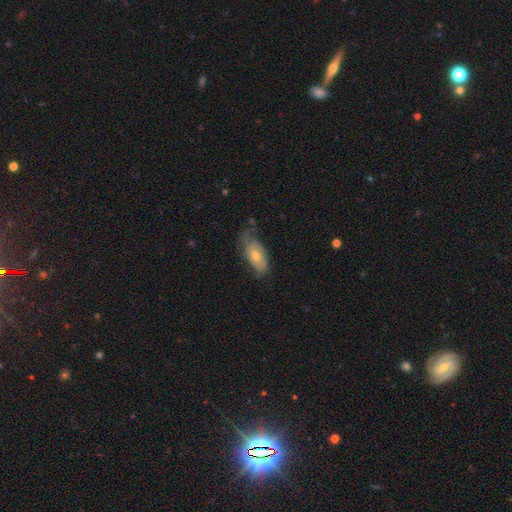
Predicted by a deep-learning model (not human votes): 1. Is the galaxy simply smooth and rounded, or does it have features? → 49% featured or disk, 43% smooth, 8% star or artifact.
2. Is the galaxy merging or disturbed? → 47% none, 31% minor disturbance, 19% major disturbance, 2% merger.